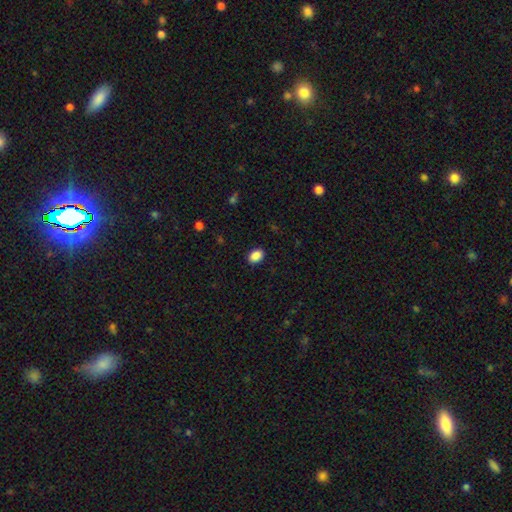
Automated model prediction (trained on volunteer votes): smooth-or-featured: smooth: 89% | star or artifact: 8% | featured or disk: 3%
  how-rounded: in between: 76% | round: 23% | cigar-shaped: 1%
  merging: none: 89% | minor disturbance: 8% | major disturbance: 2% | merger: 1%